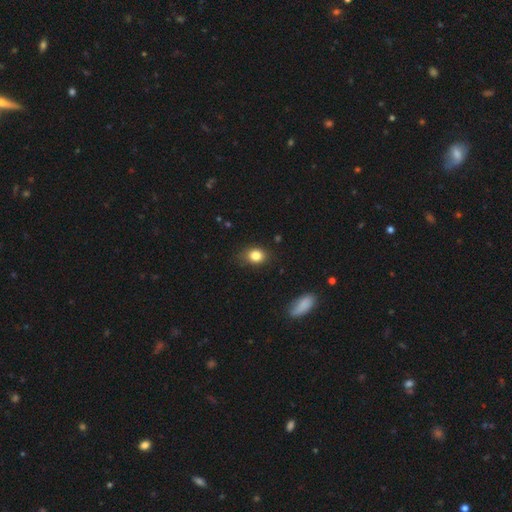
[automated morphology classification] smooth_or_featured: smooth (p=0.83) [alt: star or artifact p=0.11]
how_rounded: in between (p=0.53) [alt: round p=0.45]
merging: none (p=0.76) [alt: minor disturbance p=0.19]